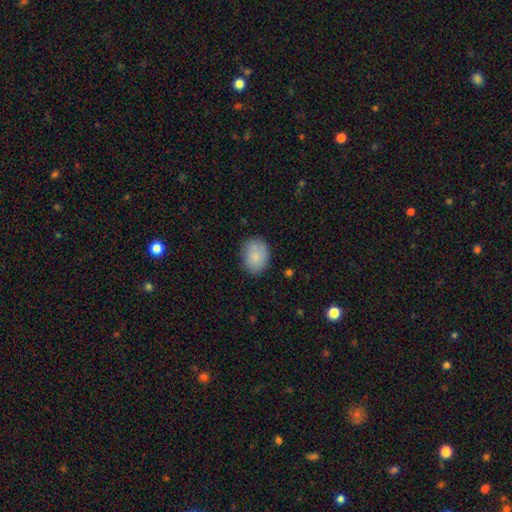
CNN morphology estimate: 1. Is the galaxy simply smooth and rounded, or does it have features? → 85% smooth, 8% featured or disk, 7% star or artifact.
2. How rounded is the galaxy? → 57% in between, 42% round, 1% cigar-shaped.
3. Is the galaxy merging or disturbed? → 77% none, 17% minor disturbance, 4% major disturbance, 2% merger.